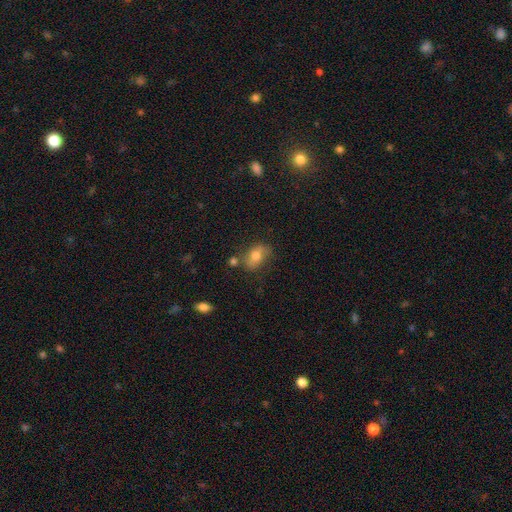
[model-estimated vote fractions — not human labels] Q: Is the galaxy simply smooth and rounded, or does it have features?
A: smooth — 63%.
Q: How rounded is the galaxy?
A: in between — 81%.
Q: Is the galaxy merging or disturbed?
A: none — 62%.